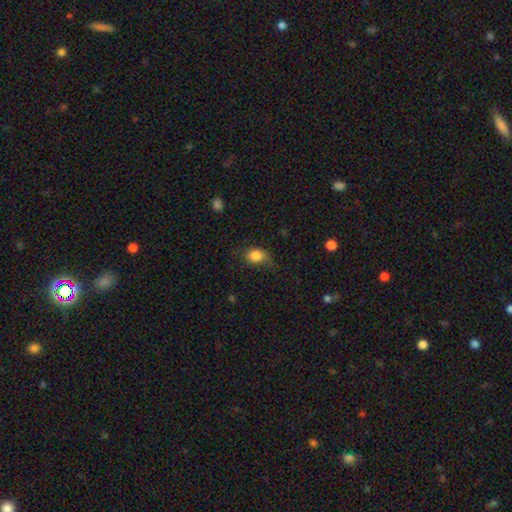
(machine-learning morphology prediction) This is clearly a smooth galaxy (83%). How rounded: likely in between (63%). Merging: possibly none (54%).